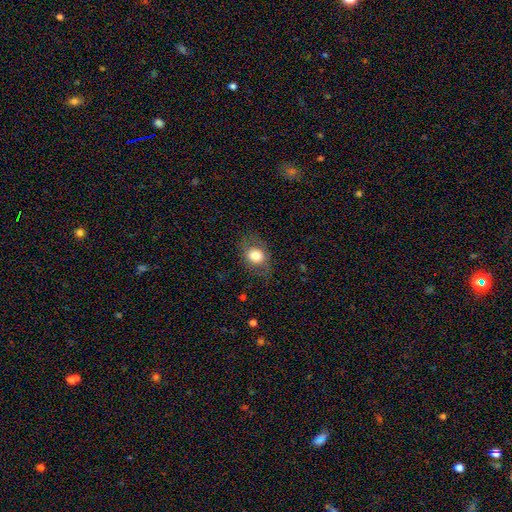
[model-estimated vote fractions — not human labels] A smooth galaxy with no disk features (75%) that is in between round and cigar-shaped (50%).

Vote fractions:
- Smooth or featured? smooth: 75% / featured or disk: 16% / star or artifact: 9%
- How rounded? in between: 50% / round: 49% / cigar-shaped: 1%
- Merging? none: 71% / minor disturbance: 18% / major disturbance: 9% / merger: 1%